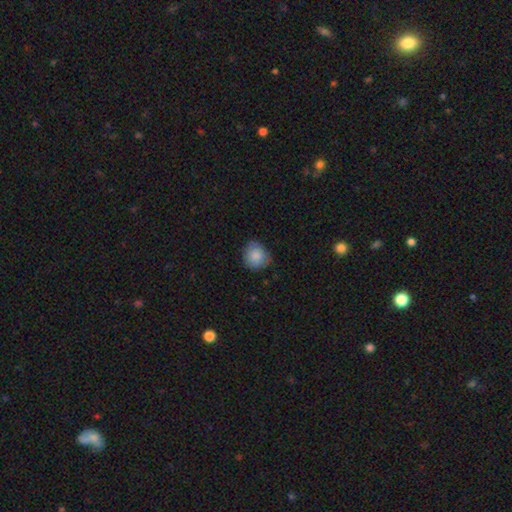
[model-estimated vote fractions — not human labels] Morphology: type=smooth (85%); roundness=round (79%); merging=none (74%).